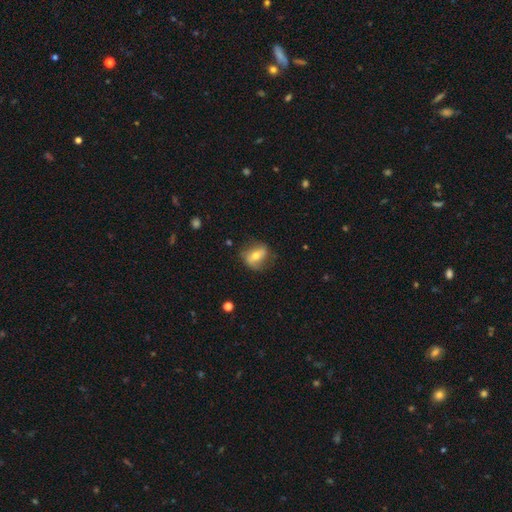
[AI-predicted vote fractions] Smooth or featured? Predicted: smooth (p=0.52). How rounded? Predicted: in between (p=0.59). Merging? Predicted: none (p=0.69).